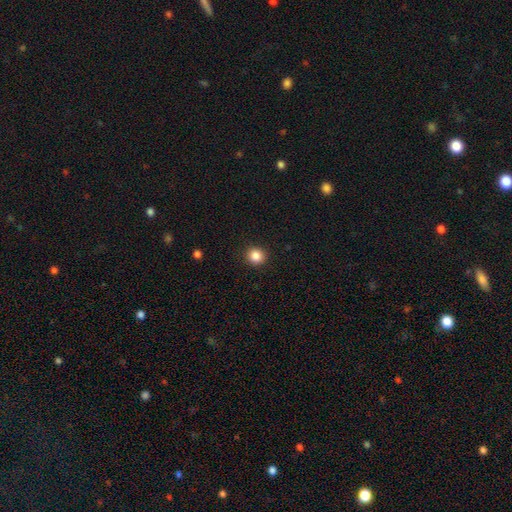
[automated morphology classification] Smooth or featured? Predicted: smooth (p=0.86). How rounded? Predicted: round (p=0.91). Merging? Predicted: none (p=0.92).